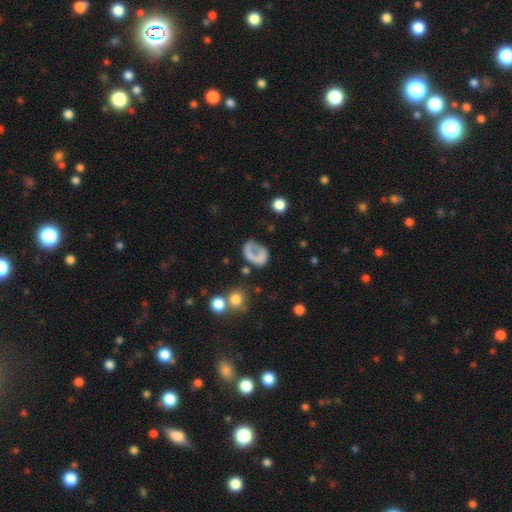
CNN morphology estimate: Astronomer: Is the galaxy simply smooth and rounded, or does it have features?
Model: smooth — 53% (runner-up: featured or disk, 34%).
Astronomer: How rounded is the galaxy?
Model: round — 50% (runner-up: in between, 48%).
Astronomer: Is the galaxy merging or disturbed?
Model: none — 39% (runner-up: major disturbance, 35%).